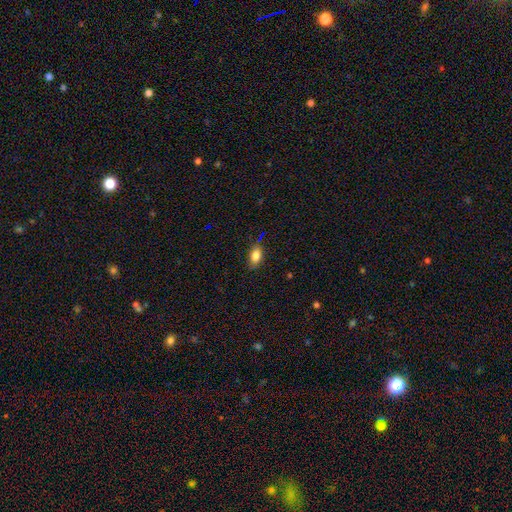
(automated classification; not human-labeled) smooth_or_featured: smooth (p=0.83) [alt: star or artifact p=0.09]
how_rounded: in between (p=0.87) [alt: round p=0.09]
merging: none (p=0.82) [alt: minor disturbance p=0.14]